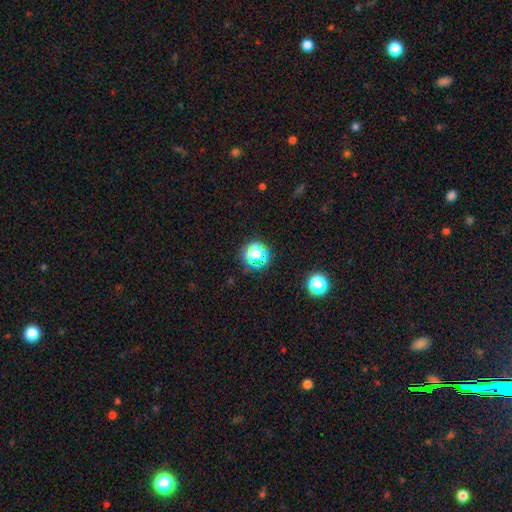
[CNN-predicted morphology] This appears to be a smooth galaxy with no disk features (47%). Merging: none (78%).